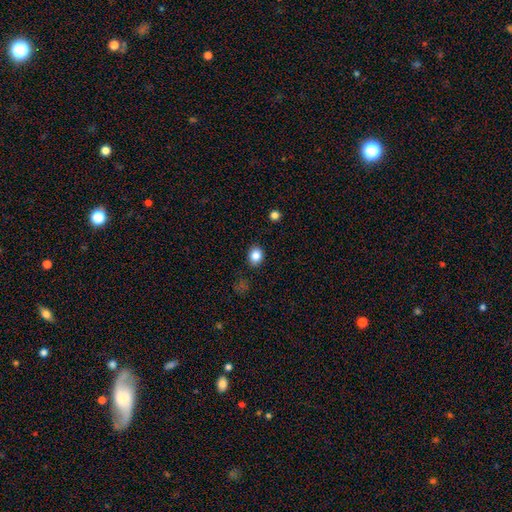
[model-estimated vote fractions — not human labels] Q: Smooth or featured?
A: smooth (84%); runner-up: star or artifact (10%)
Q: How rounded?
A: in between (50%); runner-up: round (49%)
Q: Merging?
A: none (86%); runner-up: minor disturbance (10%)